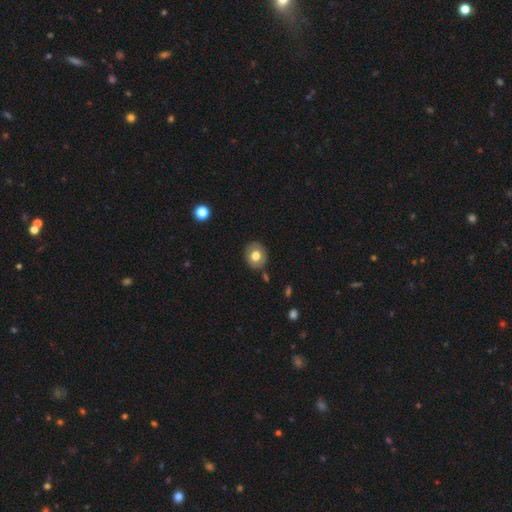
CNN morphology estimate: Smooth or featured?
  - smooth: 71% *
  - featured or disk: 21%
  - star or artifact: 8%
How rounded?
  - round: 71% *
  - in between: 28%
  - cigar-shaped: 1%
Merging?
  - none: 86% *
  - minor disturbance: 10%
  - major disturbance: 2%
  - merger: 2%